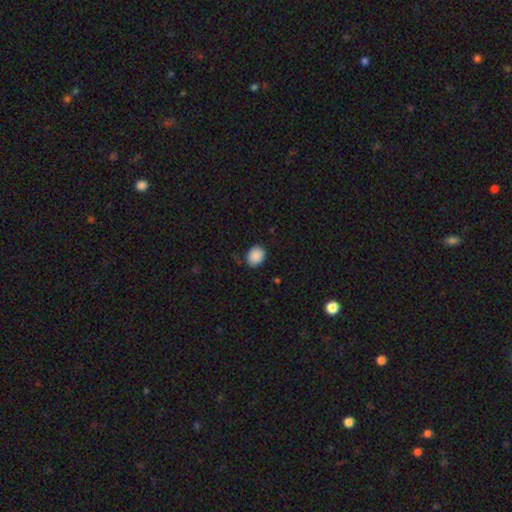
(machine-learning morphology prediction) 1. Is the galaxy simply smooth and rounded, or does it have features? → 89% smooth, 8% star or artifact, 3% featured or disk.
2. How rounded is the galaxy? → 61% round, 38% in between, 1% cigar-shaped.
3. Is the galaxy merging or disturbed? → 84% none, 12% minor disturbance, 3% major disturbance, 1% merger.